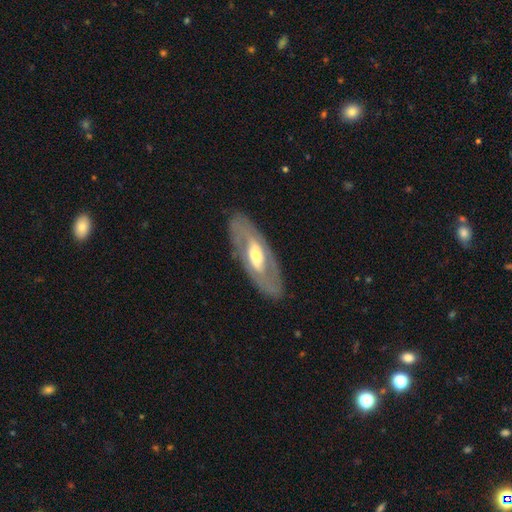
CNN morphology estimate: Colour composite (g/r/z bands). It shows a featured or disk galaxy (72%) with no bar (38%), spiral arms (58%) and a moderate central bulge (62%). Merging: none (83%).